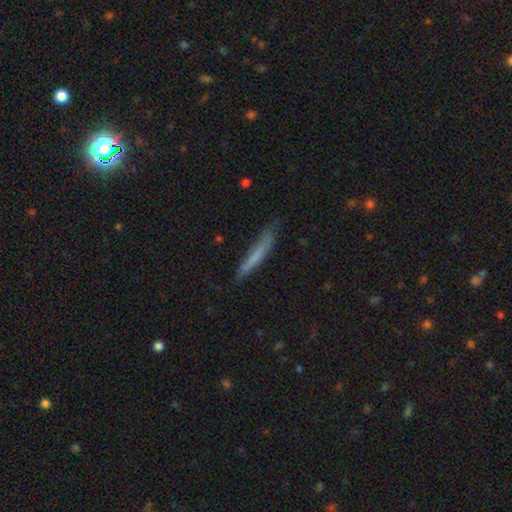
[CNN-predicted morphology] Smooth or featured?
  - smooth: 64% *
  - featured or disk: 28%
  - star or artifact: 7%
How rounded?
  - cigar-shaped: 94% *
  - in between: 4%
  - round: 1%
Merging?
  - none: 66% *
  - minor disturbance: 25%
  - major disturbance: 7%
  - merger: 3%